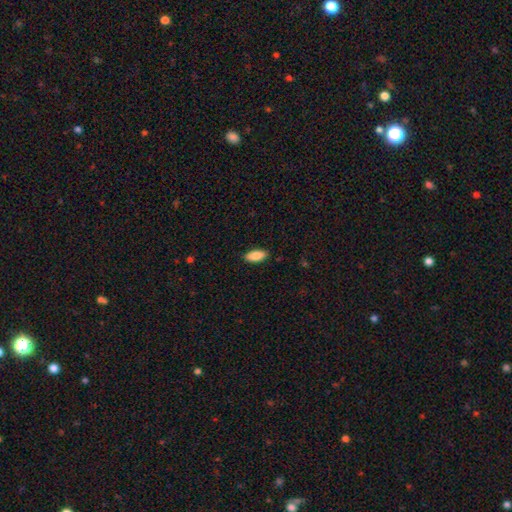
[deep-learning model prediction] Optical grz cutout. It shows a smooth galaxy with no disk features (86%) that is in between round and cigar-shaped (86%). Merging: none (88%).